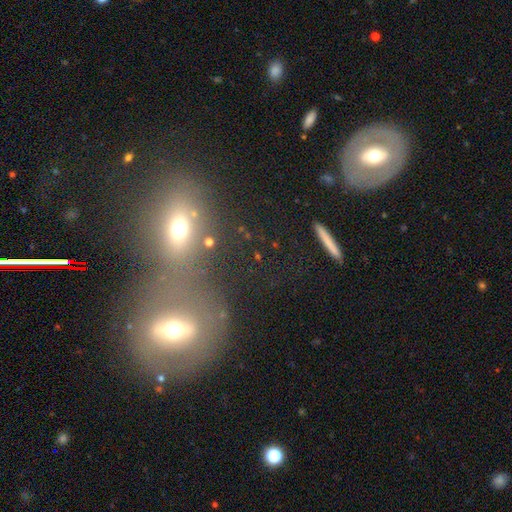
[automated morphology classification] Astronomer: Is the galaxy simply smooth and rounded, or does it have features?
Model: featured or disk — 39% (runner-up: smooth, 37%).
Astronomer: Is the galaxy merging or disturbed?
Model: none — 47% (runner-up: merger, 34%).